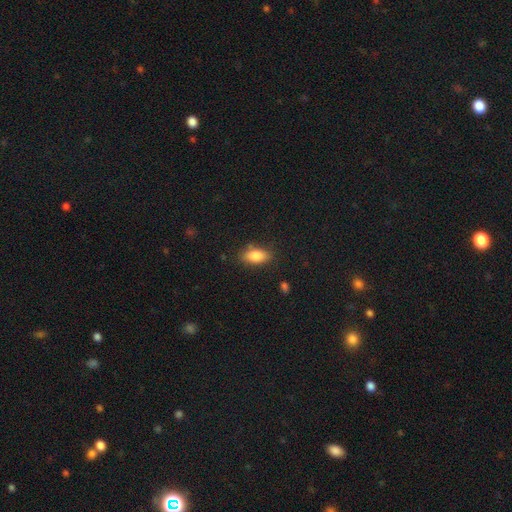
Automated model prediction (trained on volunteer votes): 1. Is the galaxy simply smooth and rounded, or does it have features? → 85% smooth, 8% star or artifact, 7% featured or disk.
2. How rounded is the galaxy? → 88% in between, 7% cigar-shaped, 5% round.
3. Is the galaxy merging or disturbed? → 80% none, 15% minor disturbance, 4% major disturbance, 2% merger.